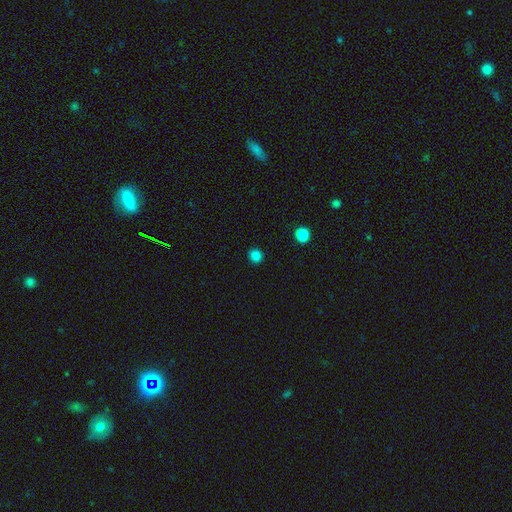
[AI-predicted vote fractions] smooth 84%, star or artifact 13%, featured or disk 3%. Down the decision tree: how rounded — round (88%); merging — none (91%).